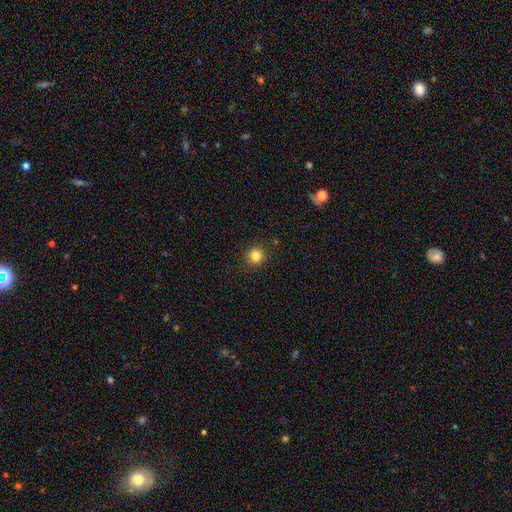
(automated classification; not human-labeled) Overall: smooth (82%). How rounded: round (95%). Merging: none (92%).